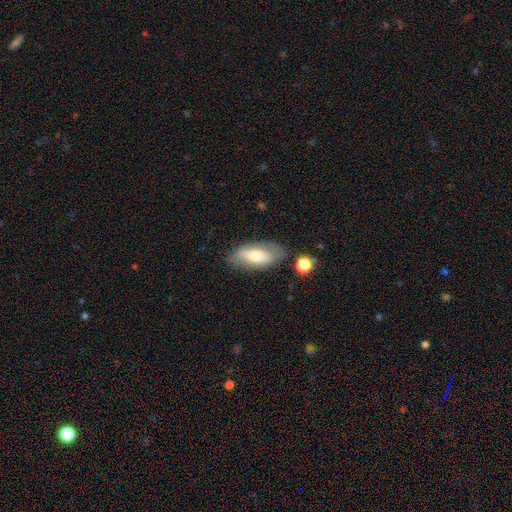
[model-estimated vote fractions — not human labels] The model was most divided on "smooth or featured": smooth: 58%, featured or disk: 34%, star or artifact: 7%. More confident: how rounded — in between (82%); merging — none (73%).